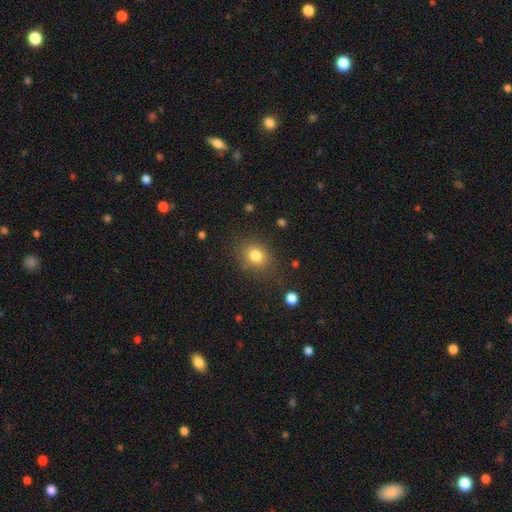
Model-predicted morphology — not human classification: smooth 80%, star or artifact 12%, featured or disk 8%. Down the decision tree: how rounded — round (60%); merging — none (81%).